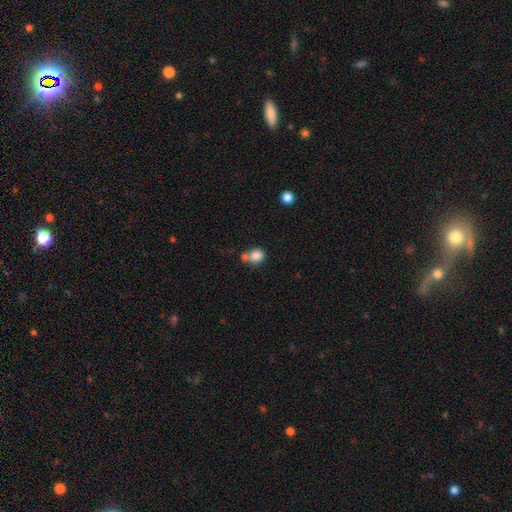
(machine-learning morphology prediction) The model was most divided on "merging": none: 44%, merger: 34%, minor disturbance: 15%, major disturbance: 6%. More confident: smooth or featured — smooth (83%); how rounded — round (57%).